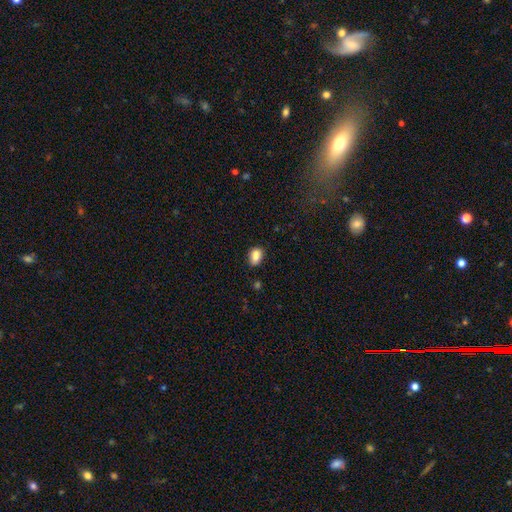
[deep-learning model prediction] Q: Smooth or featured?
A: smooth (83%); runner-up: star or artifact (9%)
Q: How rounded?
A: in between (78%); runner-up: round (21%)
Q: Merging?
A: none (66%); runner-up: minor disturbance (20%)